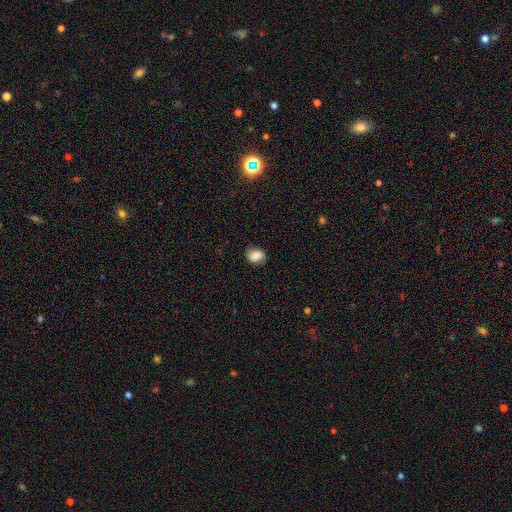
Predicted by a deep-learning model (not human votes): Morphology: type=smooth (81%); roundness=in between (57%); merging=none (81%).